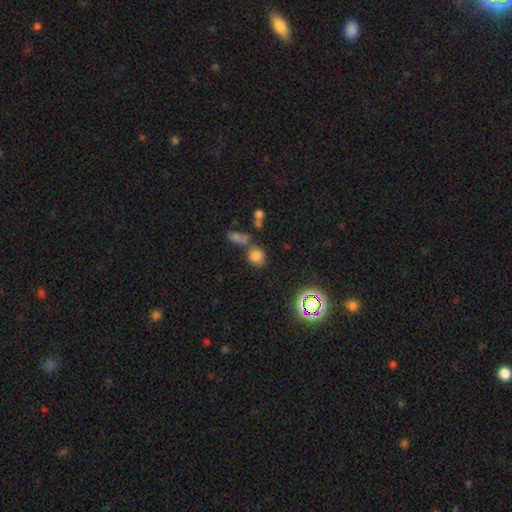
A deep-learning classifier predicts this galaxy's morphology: The model was most divided on "how rounded": round: 54%, in between: 44%, cigar-shaped: 2%. More confident: smooth or featured — smooth (73%); merging — none (58%).